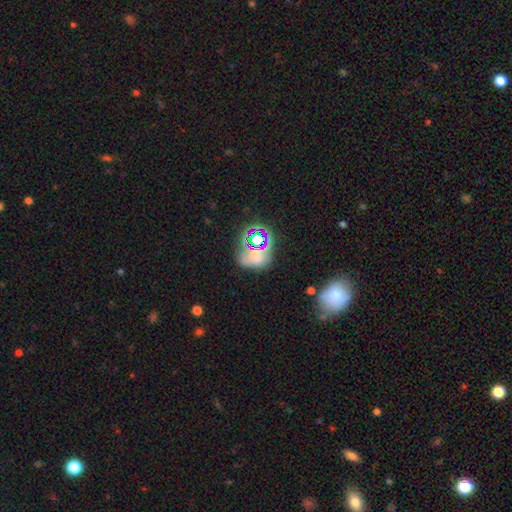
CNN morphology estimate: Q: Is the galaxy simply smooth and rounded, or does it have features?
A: smooth — 43%.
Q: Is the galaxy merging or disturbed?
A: none — 45%.